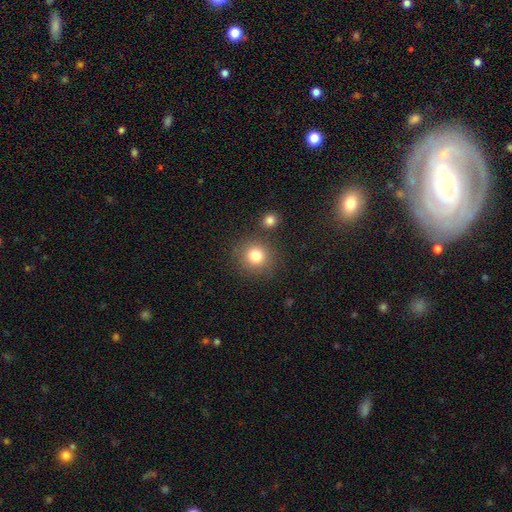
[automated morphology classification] smooth 81%, star or artifact 12%, featured or disk 8%. Down the decision tree: how rounded — round (90%); merging — none (80%).